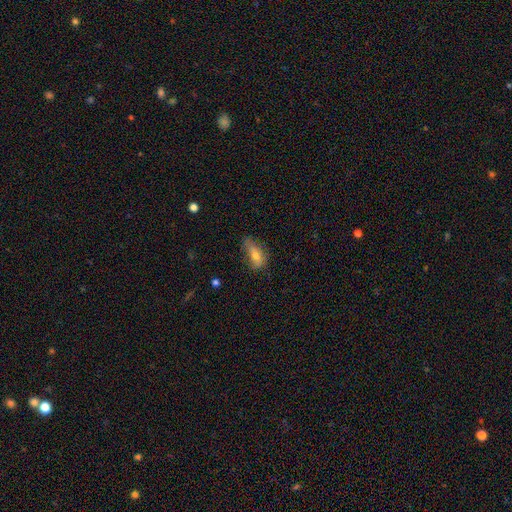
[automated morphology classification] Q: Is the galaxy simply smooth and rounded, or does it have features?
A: smooth — 61%.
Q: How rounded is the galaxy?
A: in between — 77%.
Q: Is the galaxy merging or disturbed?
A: none — 46%.